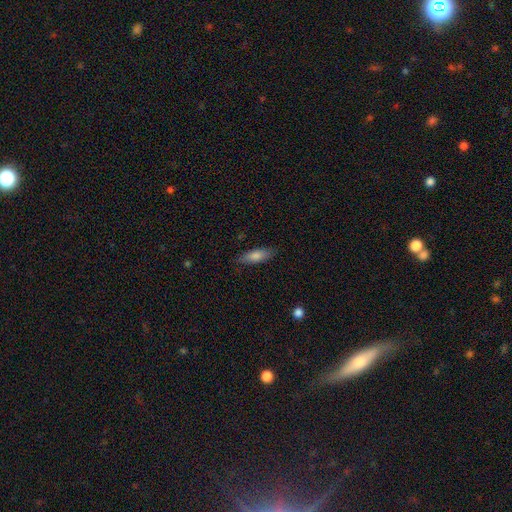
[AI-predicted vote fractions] This is likely a smooth galaxy (76%). How rounded: possibly in between (52%). Merging: clearly none (85%).